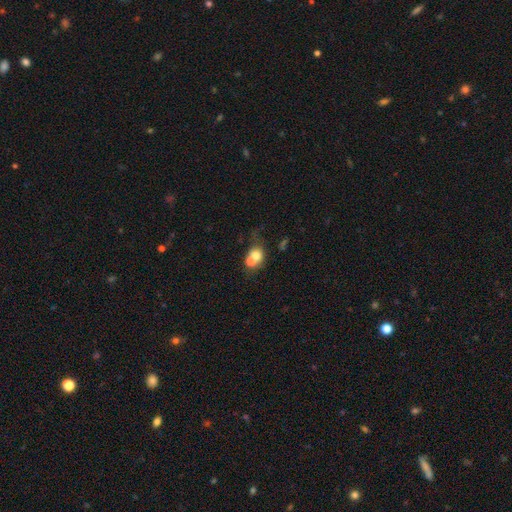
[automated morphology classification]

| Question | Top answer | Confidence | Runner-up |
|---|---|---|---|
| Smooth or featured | smooth | 65% | featured or disk (22%) |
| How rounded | round | 63% | in between (36%) |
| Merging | merger | 56% | none (28%) |